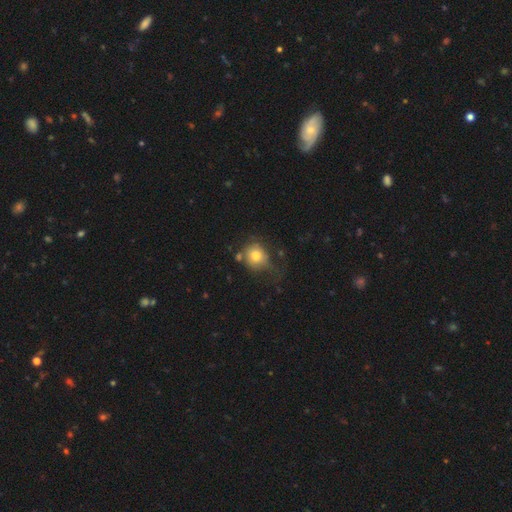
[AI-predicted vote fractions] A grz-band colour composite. It shows a smooth galaxy with no disk features (75%) that is round (79%). Merging: none (48%).